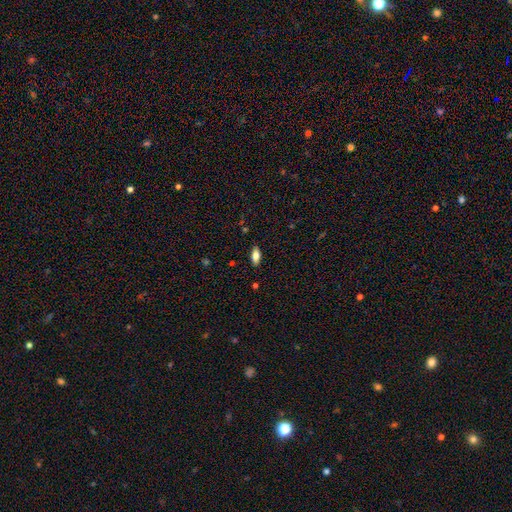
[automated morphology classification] Smooth or featured: smooth — 70% (featured or disk — 22%)
How rounded: in between — 82% (cigar-shaped — 15%)
Merging: none — 88% (minor disturbance — 9%)